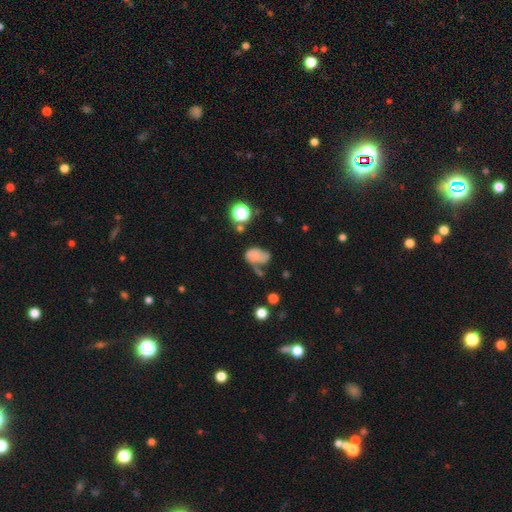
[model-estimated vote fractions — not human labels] Smooth or featured? Predicted: smooth (p=0.54). How rounded? Predicted: in between (p=0.77). Merging? Predicted: major disturbance (p=0.28).